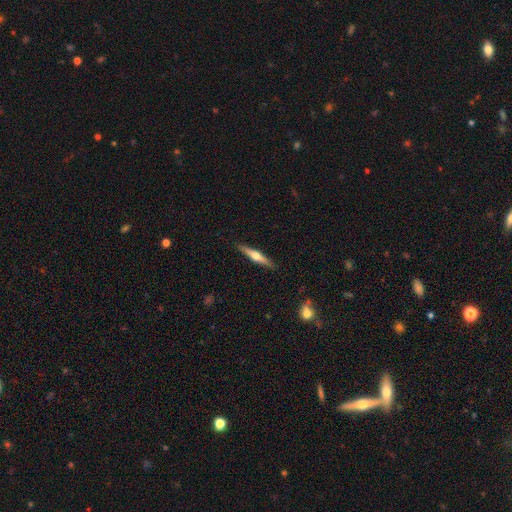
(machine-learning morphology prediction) This is likely a featured or disk galaxy (64%). It is clearly viewed edge-on (97%). Edge-on bulge: clearly rounded (92%). Merging: clearly none (91%).